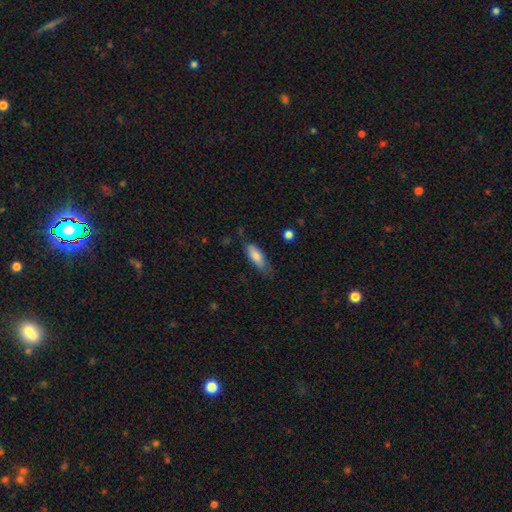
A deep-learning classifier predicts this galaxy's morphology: Smooth or featured: smooth — 76% (featured or disk — 17%)
How rounded: in between — 67% (cigar-shaped — 31%)
Merging: none — 58% (minor disturbance — 30%)